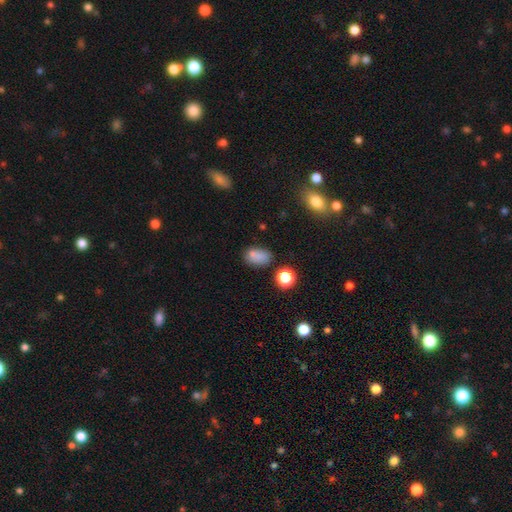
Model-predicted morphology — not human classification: Smooth or featured: smooth — 77% (star or artifact — 14%)
How rounded: in between — 83% (round — 15%)
Merging: none — 65% (minor disturbance — 18%)